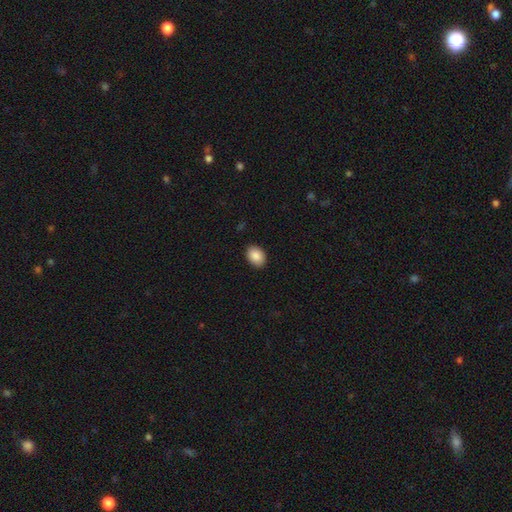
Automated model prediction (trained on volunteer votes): smooth 89%, star or artifact 7%, featured or disk 4%. Down the decision tree: how rounded — in between (75%); merging — none (89%).